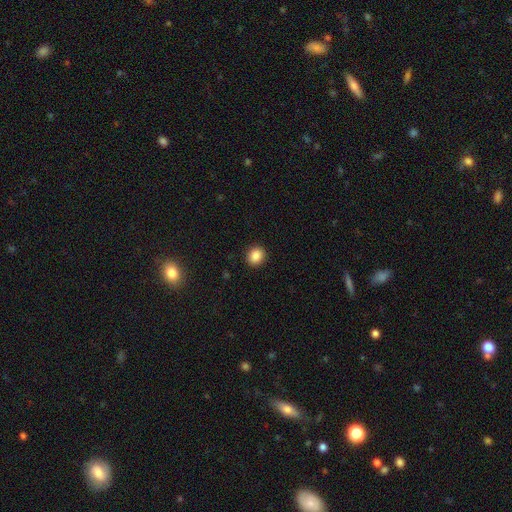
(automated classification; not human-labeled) Smooth or featured: smooth — 88% (star or artifact — 9%)
How rounded: round — 75% (in between — 24%)
Merging: none — 91% (minor disturbance — 6%)